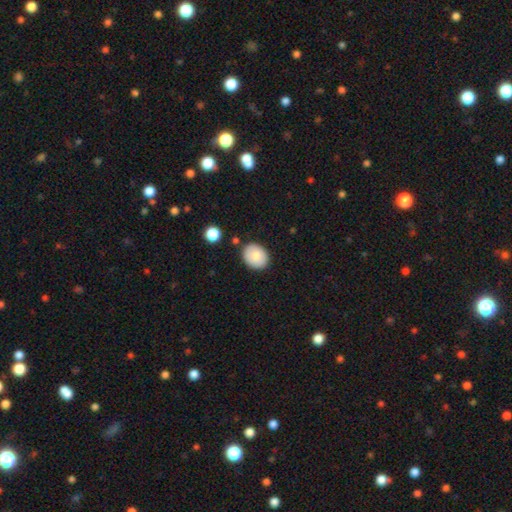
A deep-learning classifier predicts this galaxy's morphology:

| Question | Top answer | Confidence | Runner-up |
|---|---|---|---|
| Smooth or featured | smooth | 79% | featured or disk (14%) |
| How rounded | in between | 50% | round (49%) |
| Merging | none | 83% | minor disturbance (11%) |